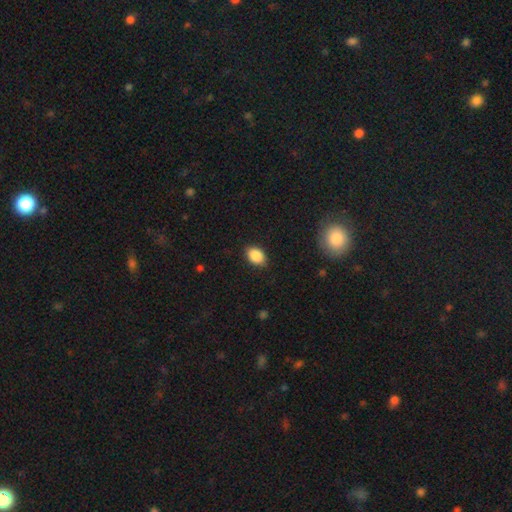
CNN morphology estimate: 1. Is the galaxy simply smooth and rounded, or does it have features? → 88% smooth, 8% star or artifact, 4% featured or disk.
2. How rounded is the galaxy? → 79% in between, 20% round, 1% cigar-shaped.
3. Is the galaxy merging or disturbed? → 86% none, 11% minor disturbance, 2% major disturbance, 1% merger.